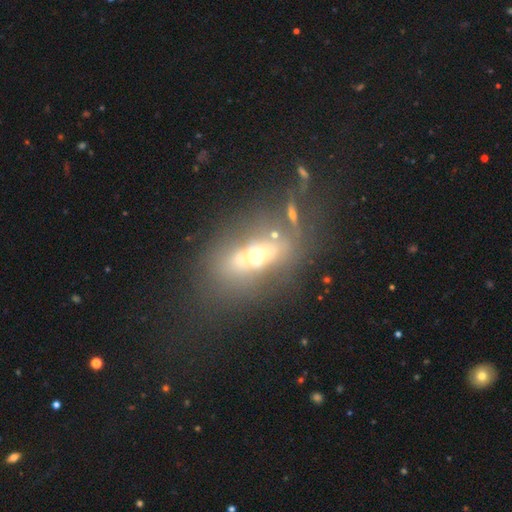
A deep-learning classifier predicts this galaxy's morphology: smooth_or_featured: featured or disk (p=0.46) [alt: smooth p=0.36]
merging: none (p=0.37) [alt: major disturbance p=0.28]